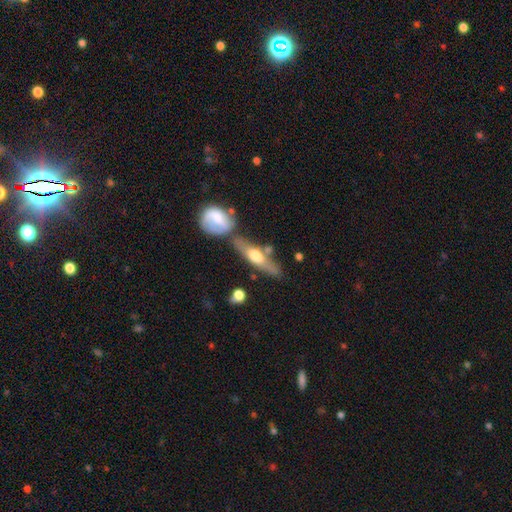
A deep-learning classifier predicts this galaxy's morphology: Smooth or featured? Predicted: featured or disk (p=0.52). Edge-on disk? Predicted: yes (p=0.76). Merging? Predicted: none (p=0.57).